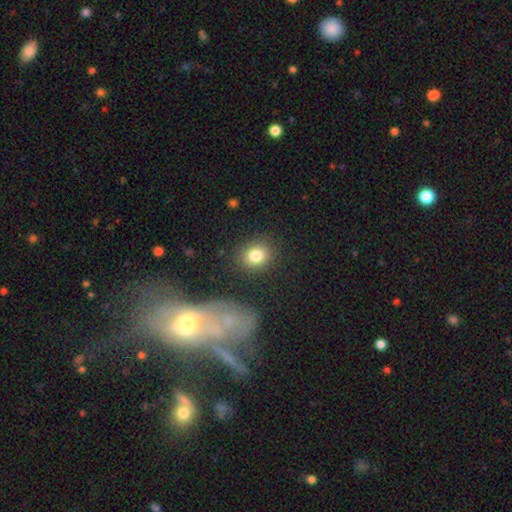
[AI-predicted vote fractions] Q: Smooth or featured?
A: smooth (82%); runner-up: star or artifact (10%)
Q: How rounded?
A: round (68%); runner-up: in between (31%)
Q: Merging?
A: none (86%); runner-up: minor disturbance (9%)